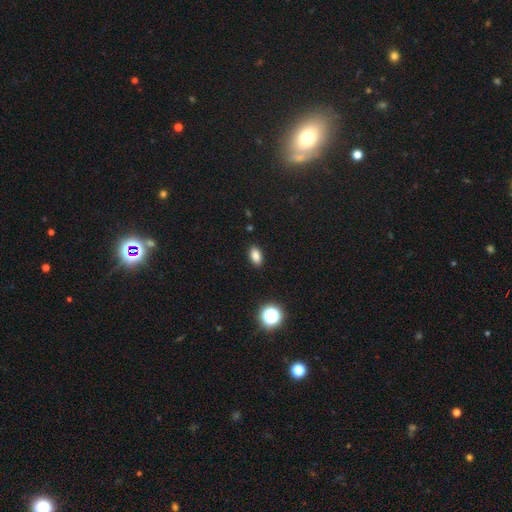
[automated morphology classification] smooth-or-featured: smooth: 83% | star or artifact: 12% | featured or disk: 5%
  how-rounded: in between: 88% | round: 9% | cigar-shaped: 3%
  merging: none: 89% | minor disturbance: 8% | major disturbance: 2% | merger: 1%